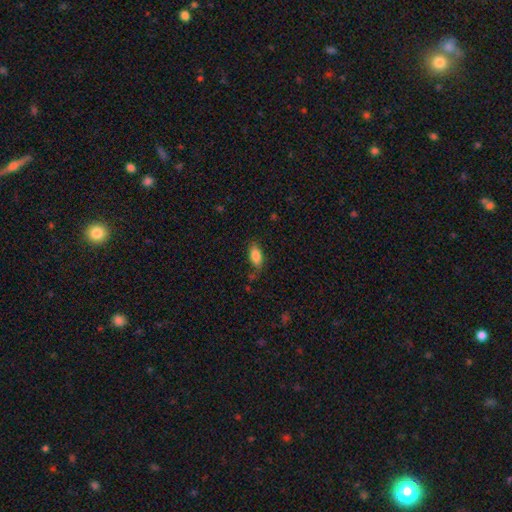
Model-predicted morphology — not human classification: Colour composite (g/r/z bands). It shows a smooth galaxy with no disk features (85%) that is in between round and cigar-shaped (88%). Merging: none (78%).